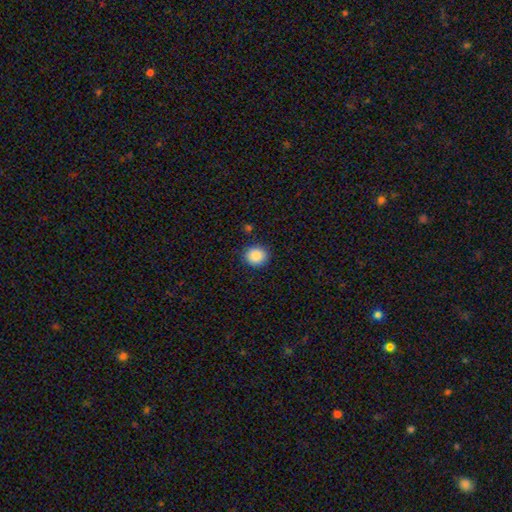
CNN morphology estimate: smooth-or-featured: smooth: 88% | star or artifact: 8% | featured or disk: 3%
  how-rounded: round: 85% | in between: 14% | cigar-shaped: 1%
  merging: none: 89% | minor disturbance: 8% | major disturbance: 2% | merger: 1%